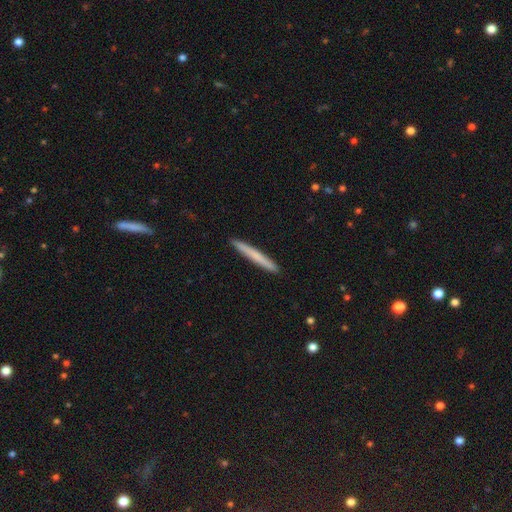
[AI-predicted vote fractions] smooth-or-featured: smooth: 68% | featured or disk: 27% | star or artifact: 5%
  how-rounded: cigar-shaped: 97% | in between: 2% | round: 1%
  merging: none: 93% | minor disturbance: 5% | major disturbance: 1% | merger: 1%